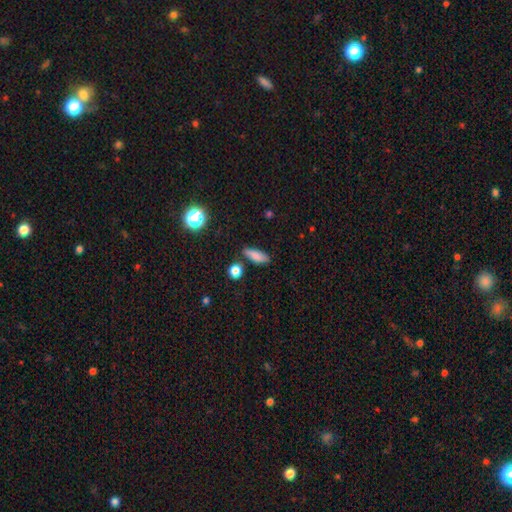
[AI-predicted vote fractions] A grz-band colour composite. It shows a smooth galaxy with no disk features (79%) that is in between round and cigar-shaped (58%). Merging: none (75%).